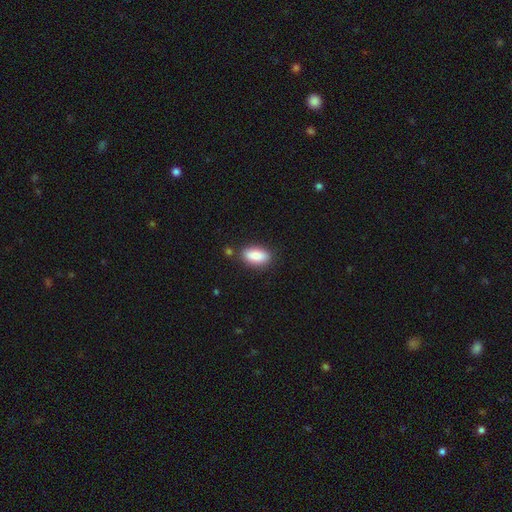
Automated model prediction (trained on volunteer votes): smooth 86%, featured or disk 7%, star or artifact 7%. Down the decision tree: how rounded — in between (87%); merging — none (82%).